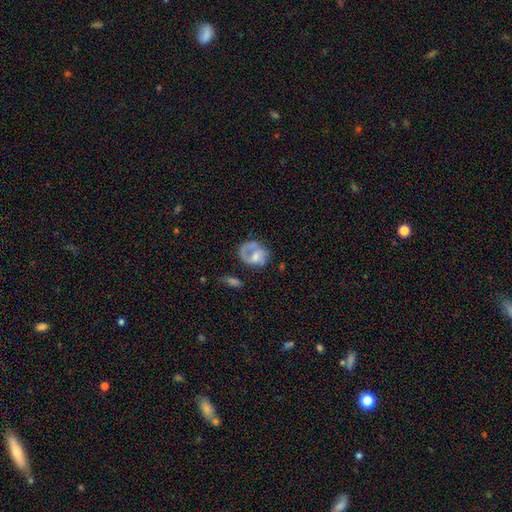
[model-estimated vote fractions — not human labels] Morphology: type=featured or disk (60%); edge-on=no (97%); bar=no (61%); spiral arms=yes (73%); bulge=moderate (42%); merging=none (44%).